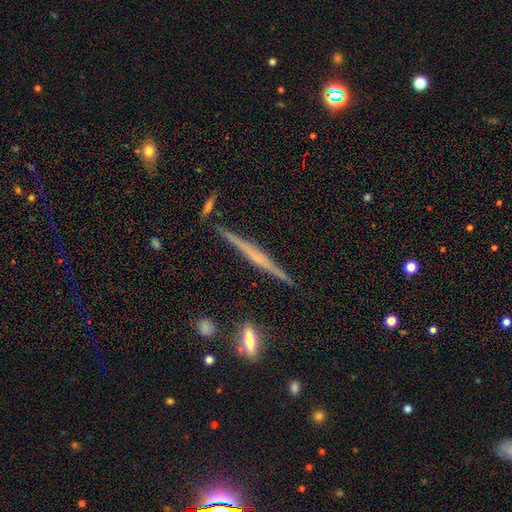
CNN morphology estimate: Overall: featured or disk (71%). Edge-on disk: yes (98%). Edge-on bulge: none (53%; rounded 35%). Merging: none (88%).